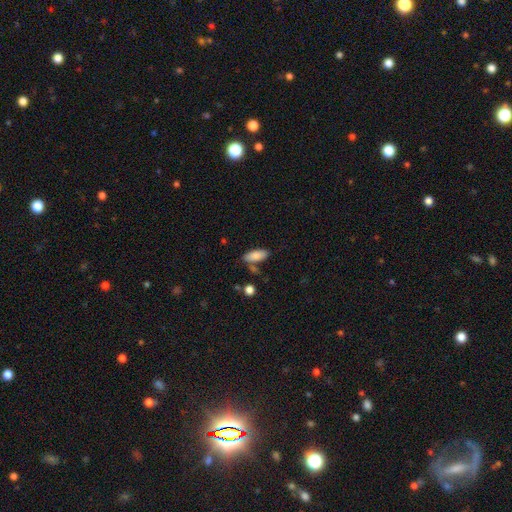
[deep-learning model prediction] Q: Smooth or featured?
A: smooth (85%); runner-up: featured or disk (8%)
Q: How rounded?
A: in between (83%); runner-up: cigar-shaped (15%)
Q: Merging?
A: none (69%); runner-up: minor disturbance (17%)